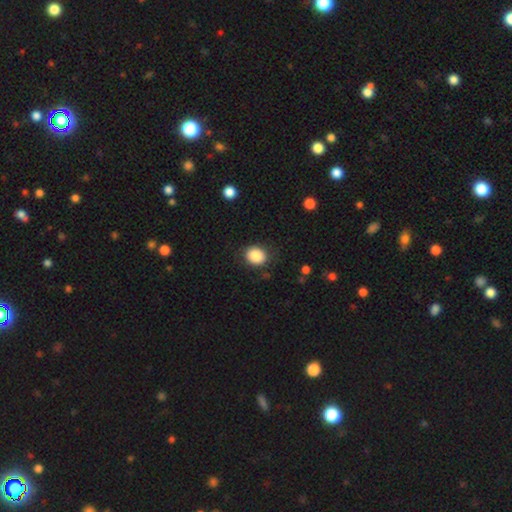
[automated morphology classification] Overall: smooth (87%). How rounded: round (66%; in between 33%). Merging: none (84%).